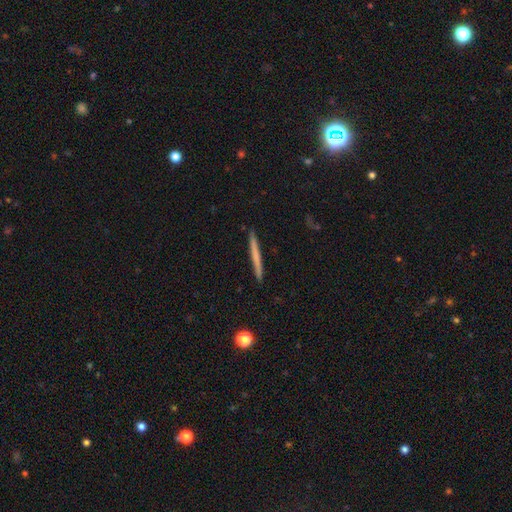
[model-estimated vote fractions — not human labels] A smooth galaxy with no disk features (57%) that is cigar-shaped (97%).

Vote fractions:
- Smooth or featured? smooth: 57% / featured or disk: 37% / star or artifact: 6%
- How rounded? cigar-shaped: 97% / in between: 2% / round: 1%
- Merging? none: 92% / minor disturbance: 6% / major disturbance: 1% / merger: 1%